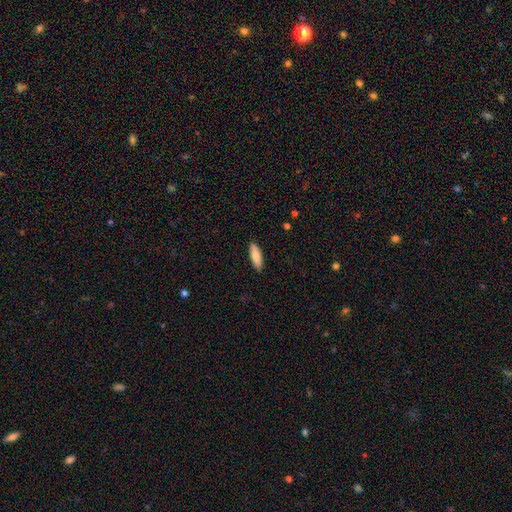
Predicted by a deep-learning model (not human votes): smooth 82%, featured or disk 12%, star or artifact 6%. Down the decision tree: how rounded — in between (53%); merging — none (88%).